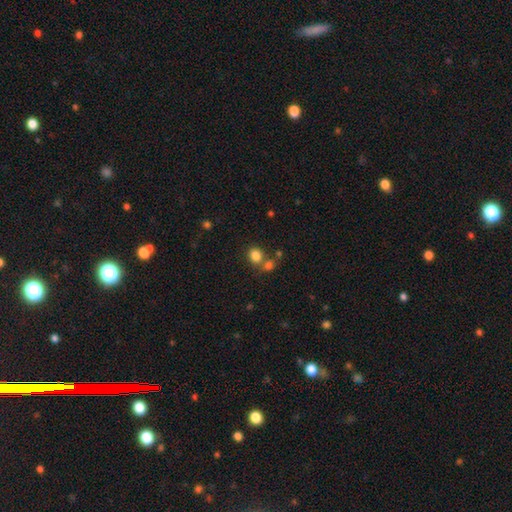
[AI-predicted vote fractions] Smooth or featured: smooth — 82% (star or artifact — 12%)
How rounded: round — 62% (in between — 38%)
Merging: none — 58% (merger — 28%)